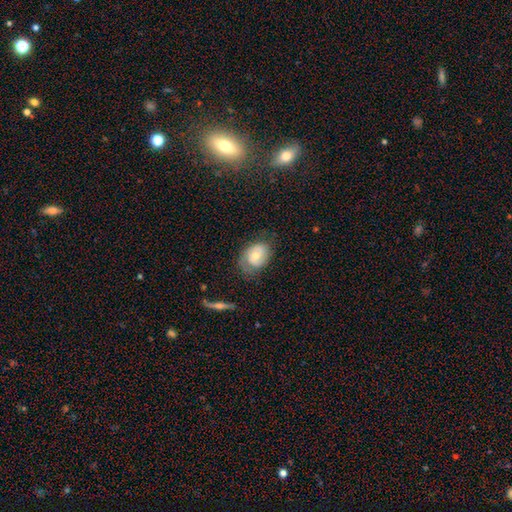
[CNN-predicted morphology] A featured or disk galaxy (49%).

Vote fractions:
- Smooth or featured? featured or disk: 49% / smooth: 44% / star or artifact: 8%
- Merging? none: 61% / minor disturbance: 26% / major disturbance: 12% / merger: 2%